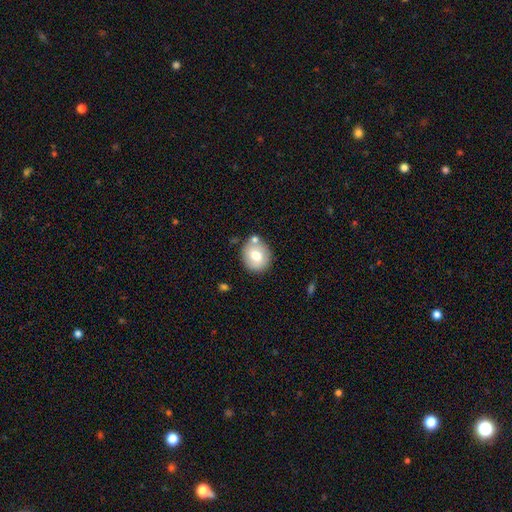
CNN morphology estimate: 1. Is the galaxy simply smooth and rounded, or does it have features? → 71% smooth, 20% featured or disk, 8% star or artifact.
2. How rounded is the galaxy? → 74% round, 26% in between, 1% cigar-shaped.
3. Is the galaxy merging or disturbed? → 72% none, 13% minor disturbance, 11% merger, 3% major disturbance.